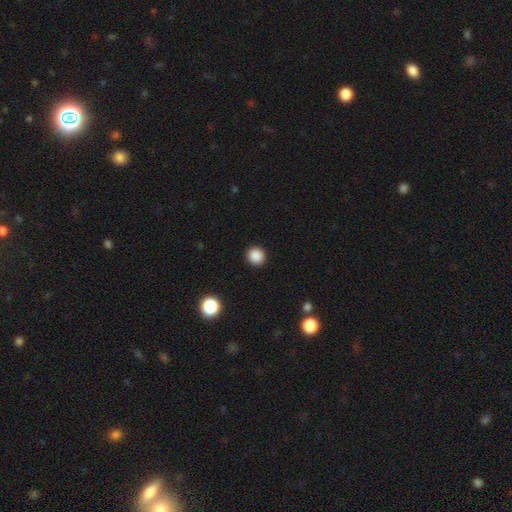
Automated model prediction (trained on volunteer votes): Morphology: type=smooth (87%); roundness=round (94%); merging=none (93%).